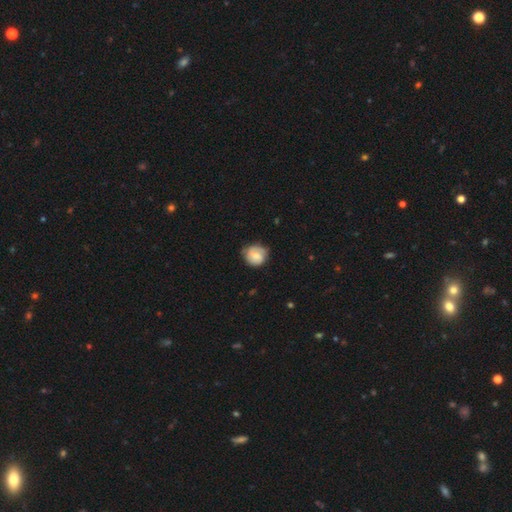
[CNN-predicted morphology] A smooth galaxy with no disk features (53%) that is round (84%).

Vote fractions:
- Smooth or featured? smooth: 53% / featured or disk: 40% / star or artifact: 7%
- How rounded? round: 84% / in between: 15% / cigar-shaped: 1%
- Merging? none: 67% / minor disturbance: 26% / major disturbance: 6% / merger: 1%